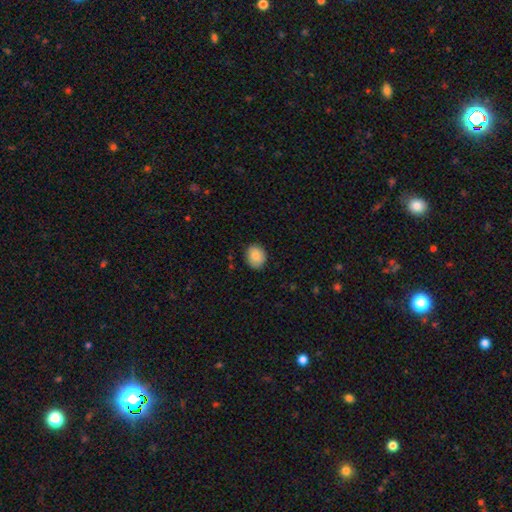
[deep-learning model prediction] The model was most divided on "how rounded": round: 61%, in between: 38%, cigar-shaped: 1%. More confident: merging — none (87%); smooth or featured — smooth (84%).